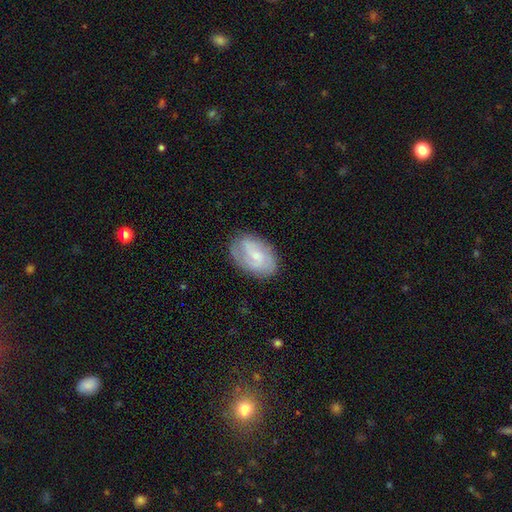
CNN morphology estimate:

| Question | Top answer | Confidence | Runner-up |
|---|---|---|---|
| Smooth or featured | featured or disk | 56% | smooth (37%) |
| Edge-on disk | no | 96% | yes (4%) |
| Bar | no | 48% | weak (43%) |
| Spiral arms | yes | 82% | no (18%) |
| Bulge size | small | 58% | moderate (31%) |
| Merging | none | 75% | minor disturbance (18%) |